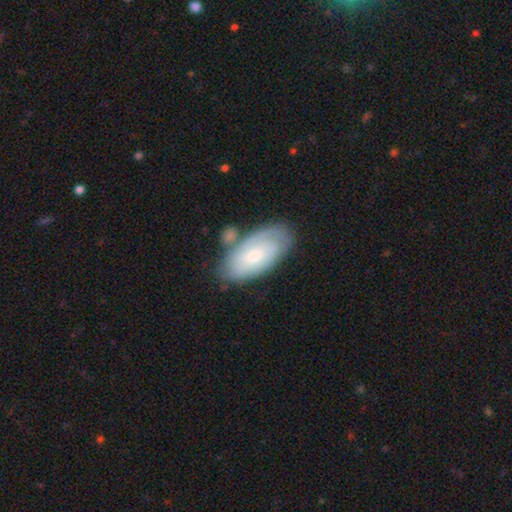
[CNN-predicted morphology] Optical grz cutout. It shows a featured or disk galaxy (51%). Merging: none (60%).